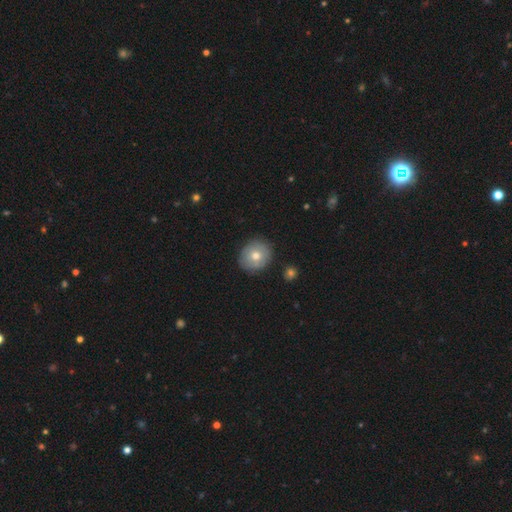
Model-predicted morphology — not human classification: Smooth or featured? Predicted: smooth (p=0.67). How rounded? Predicted: round (p=0.82). Merging? Predicted: none (p=0.84).